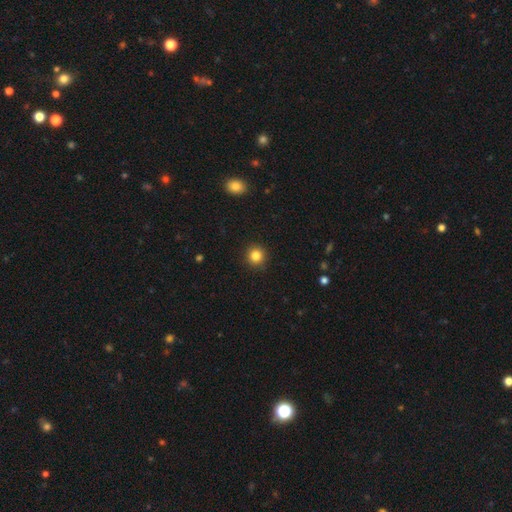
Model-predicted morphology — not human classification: Smooth or featured? smooth (84%)
How rounded? round (94%)
Merging? none (92%)